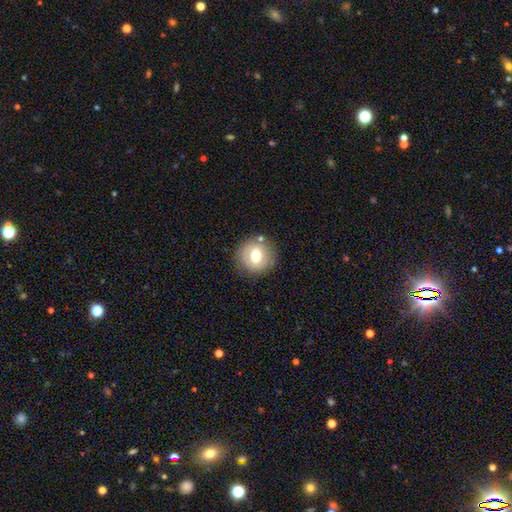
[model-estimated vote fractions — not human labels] Q: Smooth or featured?
A: smooth (66%); runner-up: featured or disk (25%)
Q: How rounded?
A: round (87%); runner-up: in between (12%)
Q: Merging?
A: none (82%); runner-up: minor disturbance (11%)